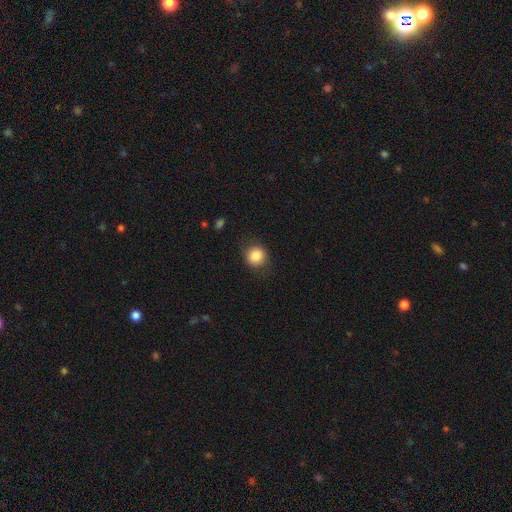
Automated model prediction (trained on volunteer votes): The model was most divided on "merging": none: 81%, minor disturbance: 14%, major disturbance: 4%, merger: 1%. More confident: smooth or featured — smooth (86%); how rounded — round (85%).